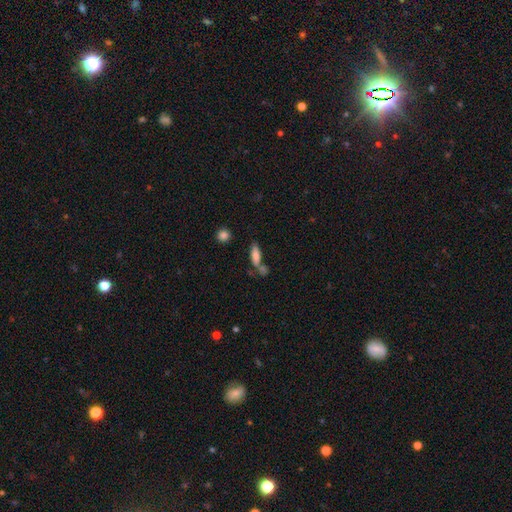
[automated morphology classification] smooth_or_featured: smooth (p=0.76) [alt: featured or disk p=0.15]
how_rounded: in between (p=0.56) [alt: cigar-shaped p=0.41]
merging: none (p=0.48) [alt: merger p=0.30]